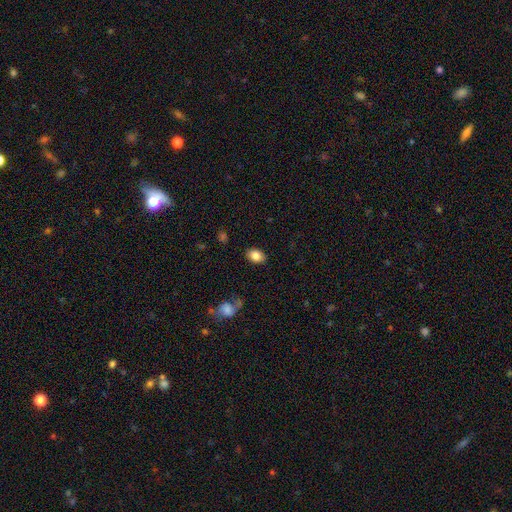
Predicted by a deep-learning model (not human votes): This appears to be a smooth galaxy with no disk features (84%) that is in between round and cigar-shaped (80%). Merging: none (85%).